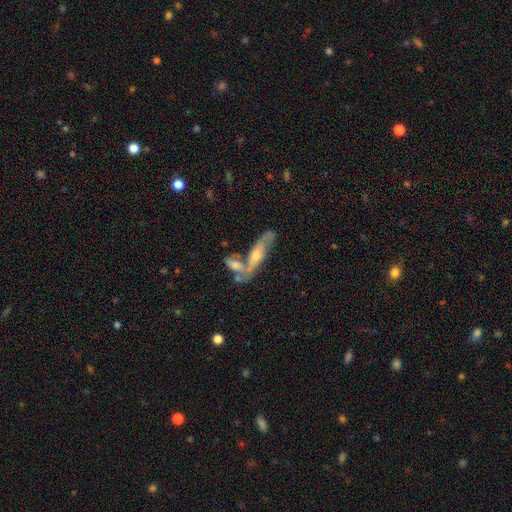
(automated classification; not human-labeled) This is likely a featured or disk galaxy (71%). It is possibly not viewed edge-on (55%). Merging: possibly none (45%).